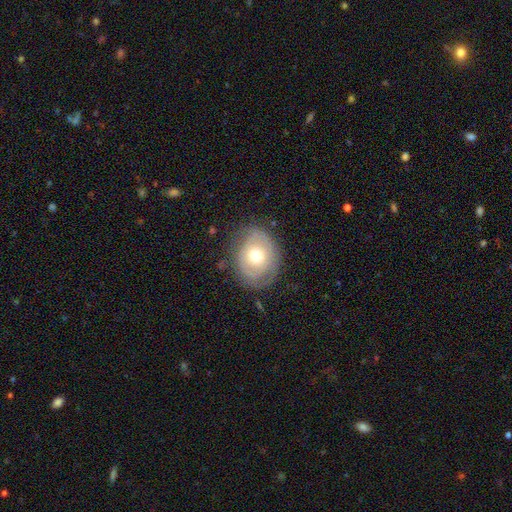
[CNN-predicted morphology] This is possibly a featured or disk galaxy (50%). It is clearly not viewed edge-on (94%). Merging: likely none (67%).